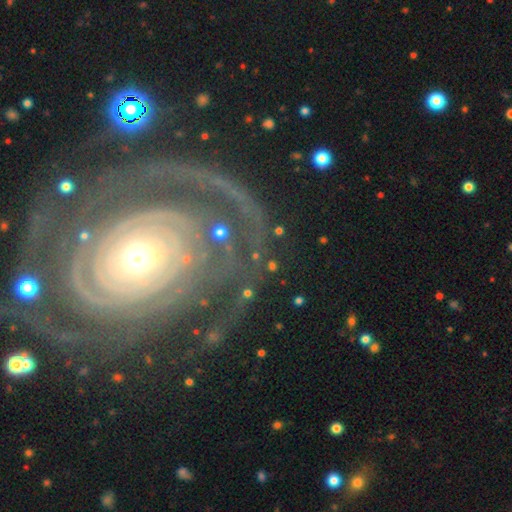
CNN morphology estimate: This appears to be a featured or disk galaxy (71%) with no bar (47%), 2 (28%) tight (62%) spiral arms (89%) and a small central bulge (46%). Merging: none (67%).